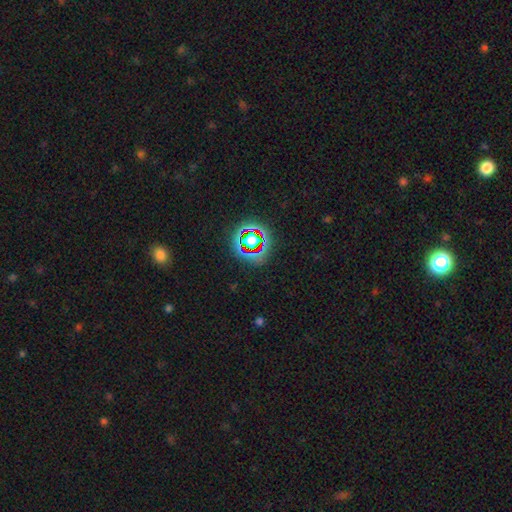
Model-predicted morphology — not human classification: type=star or artifact (74%).